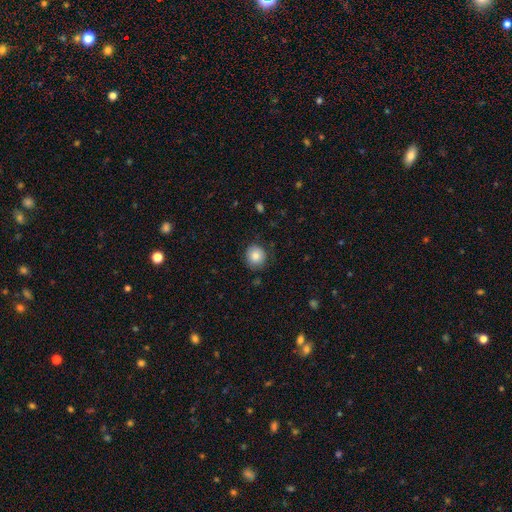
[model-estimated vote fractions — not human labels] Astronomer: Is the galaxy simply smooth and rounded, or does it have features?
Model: smooth — 83%.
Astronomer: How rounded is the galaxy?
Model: round — 90%.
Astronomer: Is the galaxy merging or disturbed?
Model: none — 83%.